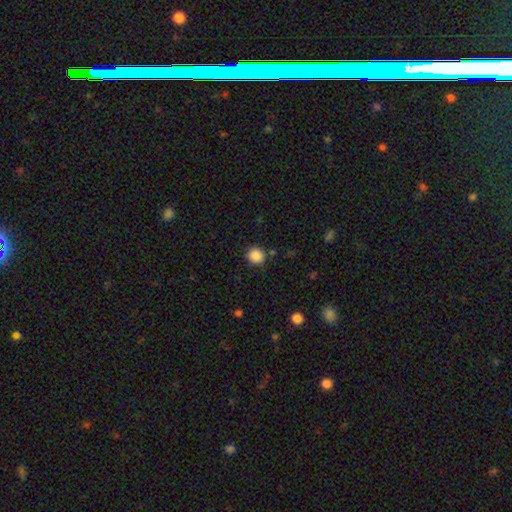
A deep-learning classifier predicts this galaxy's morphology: Smooth or featured? smooth (88%)
How rounded? round (88%)
Merging? none (87%)